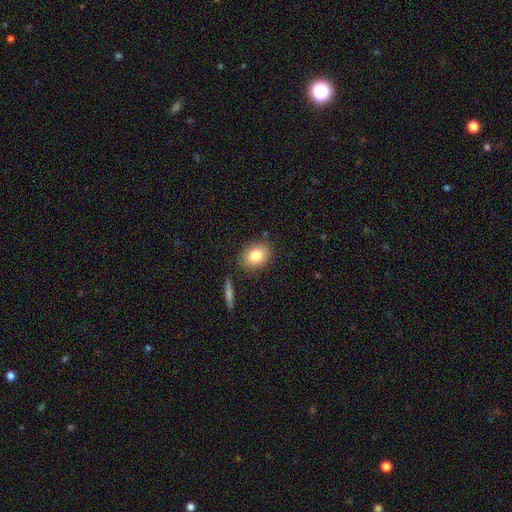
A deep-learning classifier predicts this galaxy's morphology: A smooth galaxy with no disk features (81%) that is in between round and cigar-shaped (64%).

Vote fractions:
- Smooth or featured? smooth: 81% / featured or disk: 10% / star or artifact: 8%
- How rounded? in between: 64% / round: 35% / cigar-shaped: 1%
- Merging? none: 82% / minor disturbance: 11% / merger: 4% / major disturbance: 3%